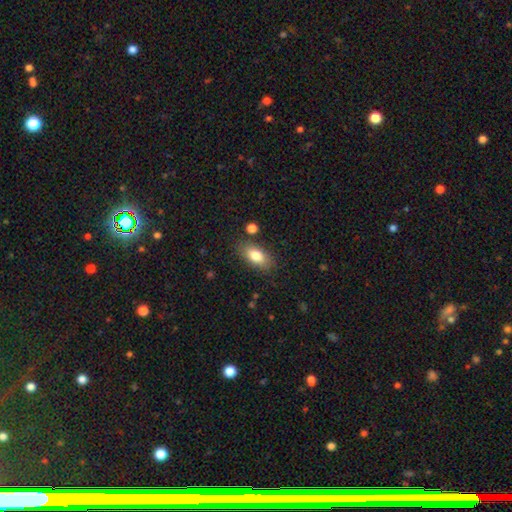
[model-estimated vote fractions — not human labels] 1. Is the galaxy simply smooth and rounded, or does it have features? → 81% smooth, 12% featured or disk, 7% star or artifact.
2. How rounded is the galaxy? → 88% in between, 8% cigar-shaped, 5% round.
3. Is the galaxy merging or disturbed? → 81% none, 12% minor disturbance, 3% major disturbance, 3% merger.